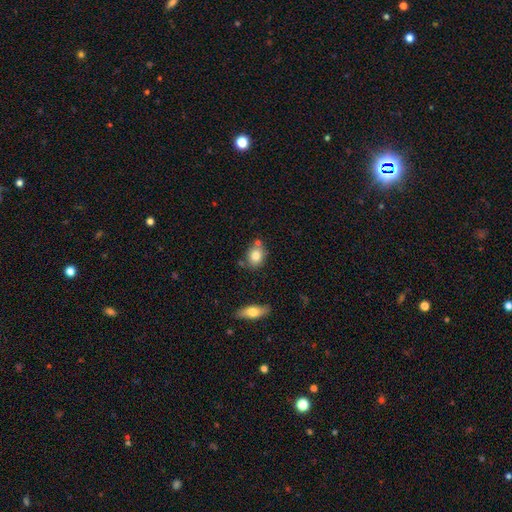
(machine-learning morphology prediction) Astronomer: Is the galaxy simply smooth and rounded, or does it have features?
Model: smooth — 80%.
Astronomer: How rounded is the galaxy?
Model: in between — 54% (runner-up: round, 44%).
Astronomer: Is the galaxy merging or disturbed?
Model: none — 68%.